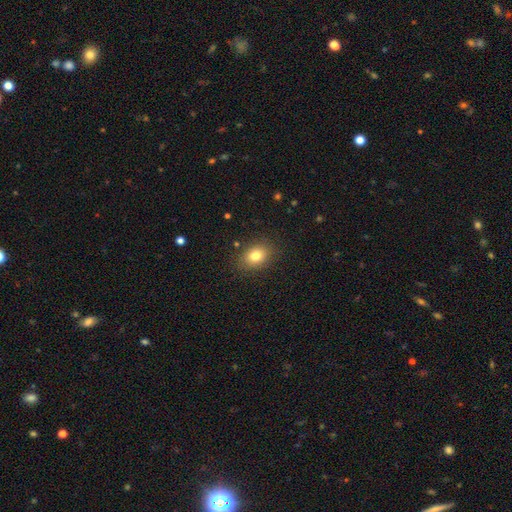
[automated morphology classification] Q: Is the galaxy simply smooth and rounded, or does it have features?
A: smooth — 80%.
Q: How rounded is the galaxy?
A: in between — 69%.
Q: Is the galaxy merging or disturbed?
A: none — 84%.